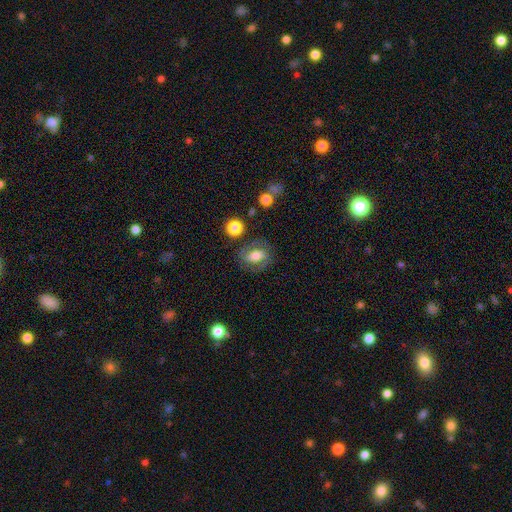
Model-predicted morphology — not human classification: Q: Smooth or featured?
A: smooth (50%); runner-up: featured or disk (41%)
Q: How rounded?
A: in between (70%); runner-up: round (27%)
Q: Merging?
A: none (72%); runner-up: minor disturbance (16%)